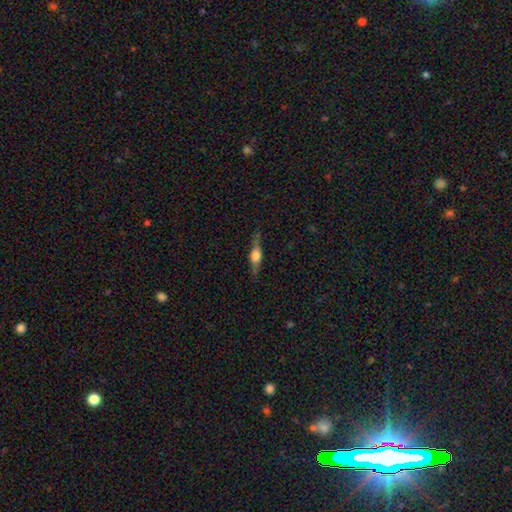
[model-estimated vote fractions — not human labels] Smooth or featured: featured or disk — 56% (smooth — 37%)
Edge-on disk: yes — 94% (no — 6%)
Edge-on bulge: rounded — 87% (boxy — 11%)
Merging: none — 79% (minor disturbance — 15%)